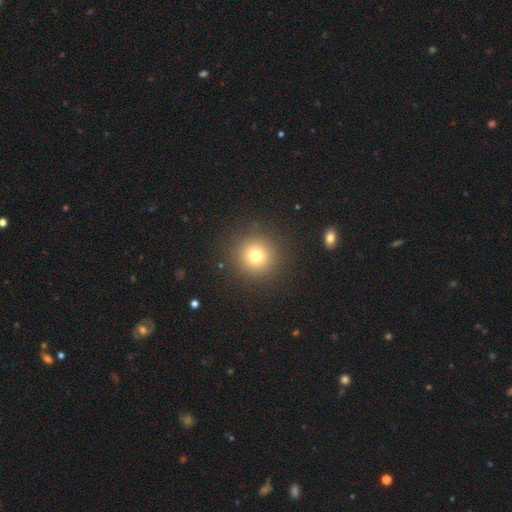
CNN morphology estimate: type=smooth (74%); roundness=round (95%); merging=none (91%).